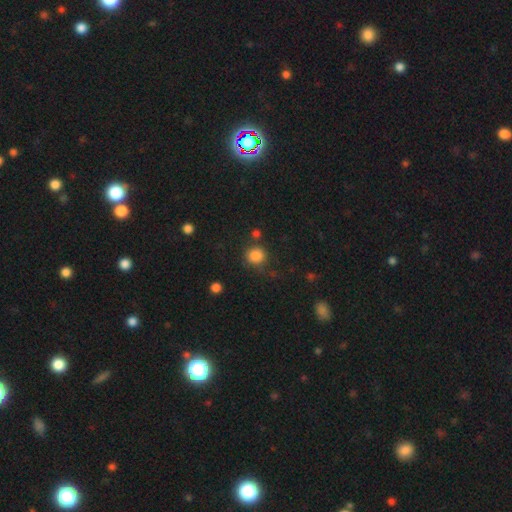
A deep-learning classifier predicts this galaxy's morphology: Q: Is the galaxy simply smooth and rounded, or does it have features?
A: smooth — 85%.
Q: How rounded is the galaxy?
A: round — 88%.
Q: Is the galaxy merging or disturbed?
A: none — 78%.